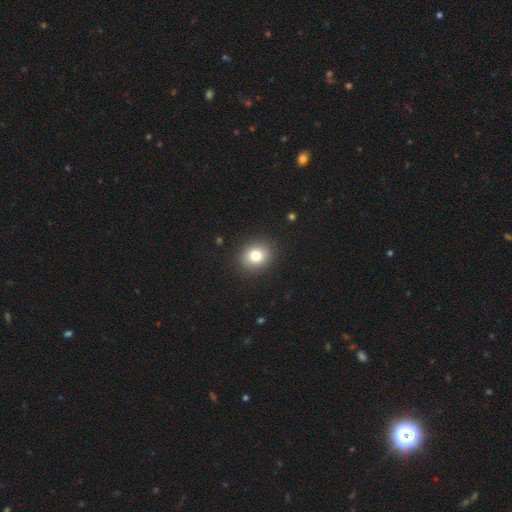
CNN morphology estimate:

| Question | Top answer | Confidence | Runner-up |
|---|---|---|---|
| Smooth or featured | smooth | 80% | star or artifact (11%) |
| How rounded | round | 70% | in between (29%) |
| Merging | none | 90% | minor disturbance (6%) |